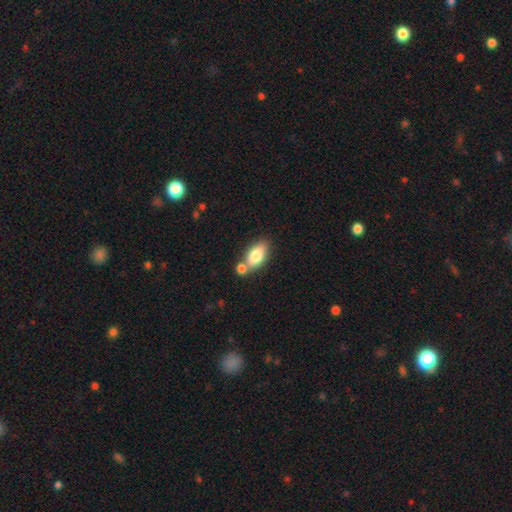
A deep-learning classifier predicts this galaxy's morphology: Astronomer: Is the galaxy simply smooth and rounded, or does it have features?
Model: smooth — 78%.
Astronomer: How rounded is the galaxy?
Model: in between — 87%.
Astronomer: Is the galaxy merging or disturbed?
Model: none — 49% (runner-up: merger, 34%).